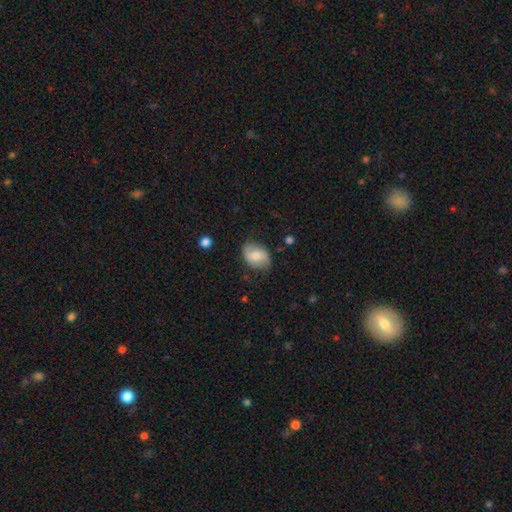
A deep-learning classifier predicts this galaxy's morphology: type=smooth (66%); roundness=in between (77%); merging=none (73%).